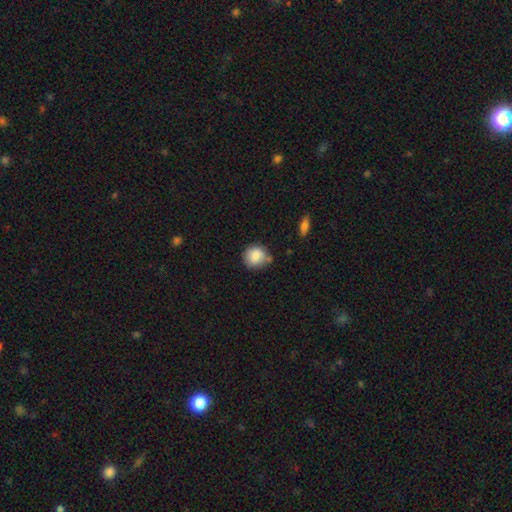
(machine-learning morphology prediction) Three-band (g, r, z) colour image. It shows a smooth galaxy with no disk features (86%) that is round (84%). Merging: none (67%).